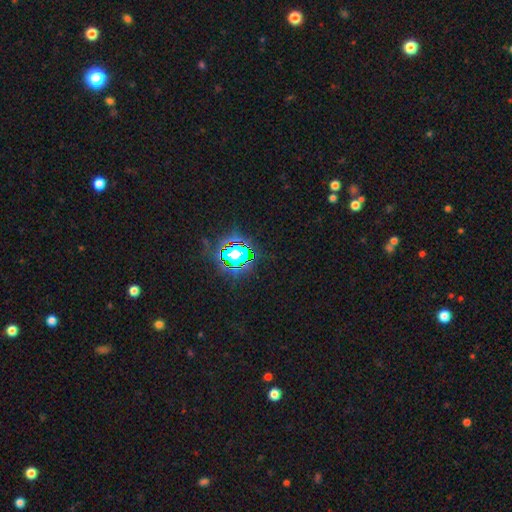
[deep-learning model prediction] A star or artifact, not a galaxy (80%).